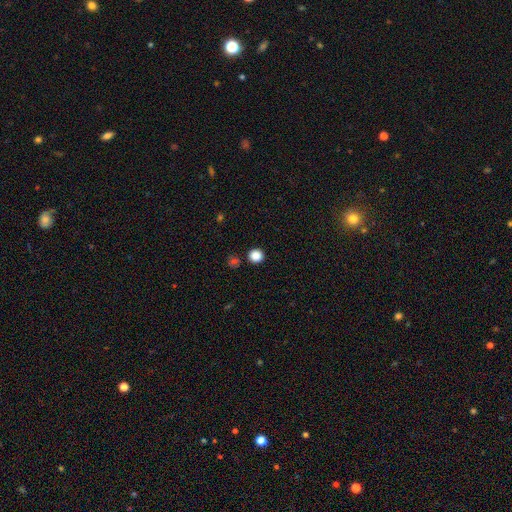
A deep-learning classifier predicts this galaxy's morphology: Smooth or featured?
  - smooth: 86% *
  - star or artifact: 11%
  - featured or disk: 3%
How rounded?
  - round: 92% *
  - in between: 7%
  - cigar-shaped: 1%
Merging?
  - none: 89% *
  - minor disturbance: 5%
  - merger: 3%
  - major disturbance: 2%